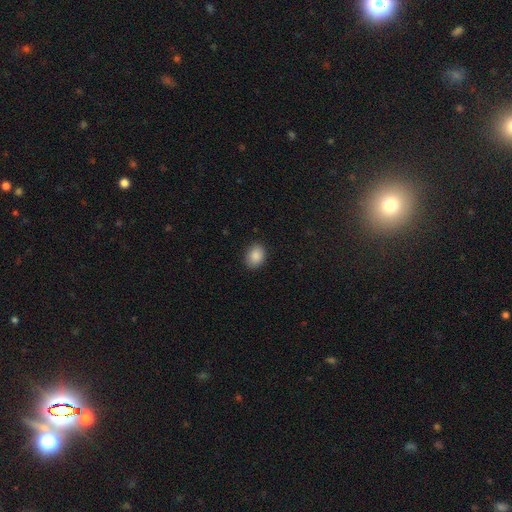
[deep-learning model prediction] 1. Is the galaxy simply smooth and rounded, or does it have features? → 88% smooth, 8% star or artifact, 4% featured or disk.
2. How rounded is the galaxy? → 66% in between, 33% round, 1% cigar-shaped.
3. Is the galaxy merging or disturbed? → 88% none, 9% minor disturbance, 2% major disturbance, 1% merger.